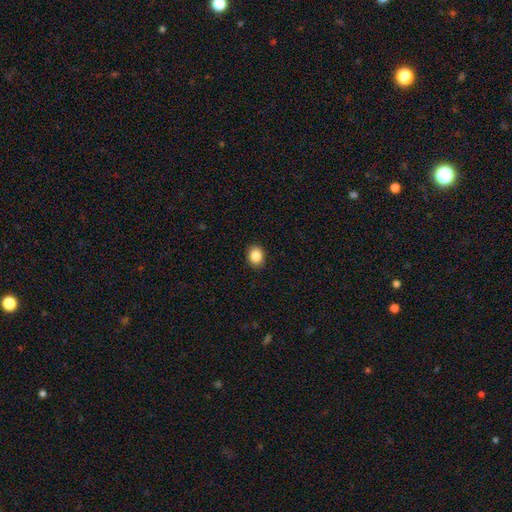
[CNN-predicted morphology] smooth 87%, star or artifact 9%, featured or disk 4%. Down the decision tree: how rounded — round (56%); merging — none (90%).